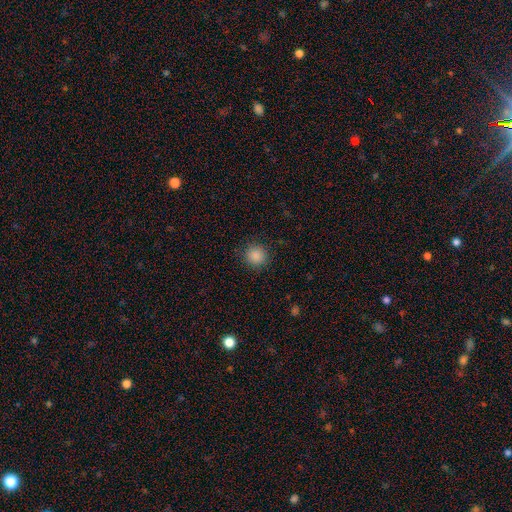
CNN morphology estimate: smooth-or-featured: smooth: 87% | star or artifact: 10% | featured or disk: 3%
  how-rounded: round: 92% | in between: 7% | cigar-shaped: 1%
  merging: none: 90% | minor disturbance: 6% | major disturbance: 2% | merger: 1%